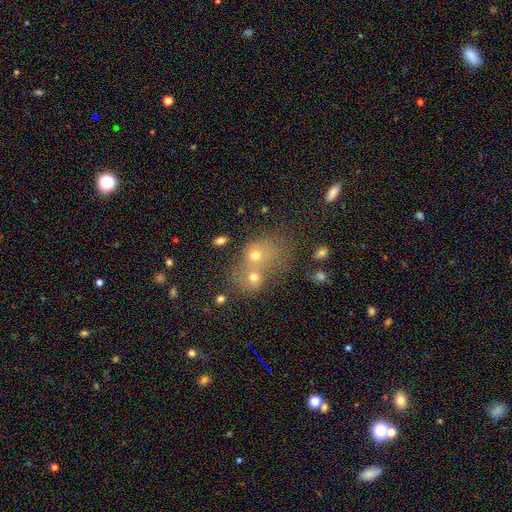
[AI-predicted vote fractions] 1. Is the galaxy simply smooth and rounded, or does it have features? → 63% smooth, 19% featured or disk, 18% star or artifact.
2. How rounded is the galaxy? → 60% round, 39% in between, 1% cigar-shaped.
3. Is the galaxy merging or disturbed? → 65% merger, 23% none, 7% minor disturbance, 5% major disturbance.